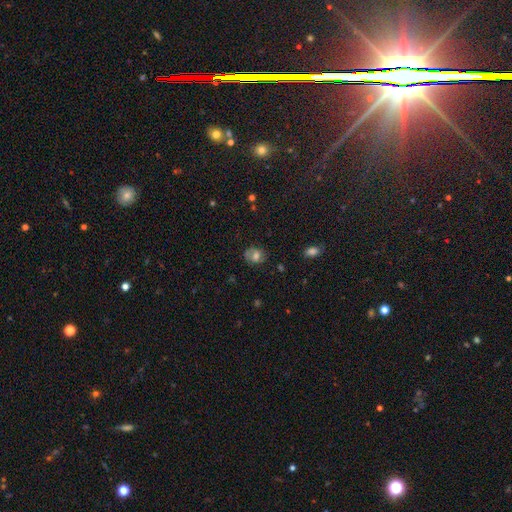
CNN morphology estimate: Overall: smooth (58%; featured or disk 32%). How rounded: round (53%; in between 46%). Merging: none (72%).